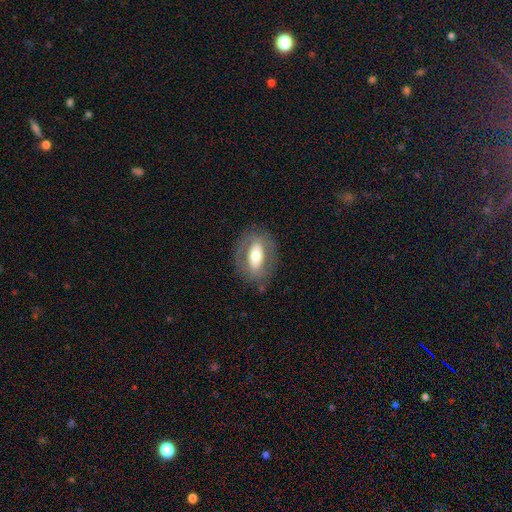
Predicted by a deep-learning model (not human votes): smooth 47%, featured or disk 46%, star or artifact 7%. Down the decision tree: merging — none (76%).